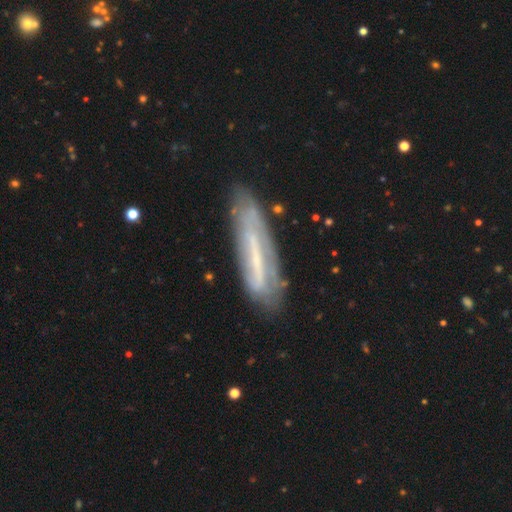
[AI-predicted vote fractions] Smooth or featured? Predicted: featured or disk (p=0.63). Edge-on disk? Predicted: no (p=0.55). Merging? Predicted: none (p=0.69).